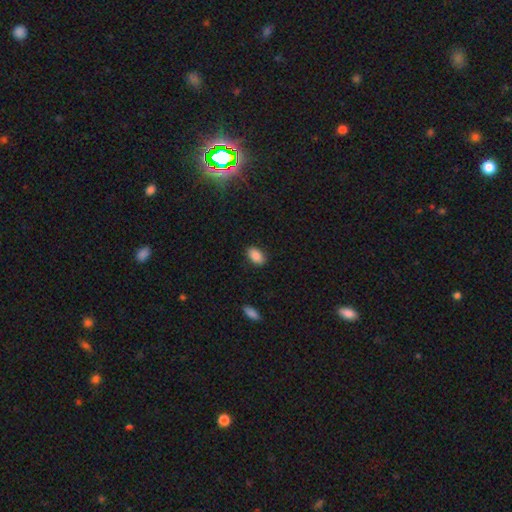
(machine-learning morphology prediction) This appears to be a smooth galaxy with no disk features (87%) that is in between round and cigar-shaped (91%). Merging: none (88%).